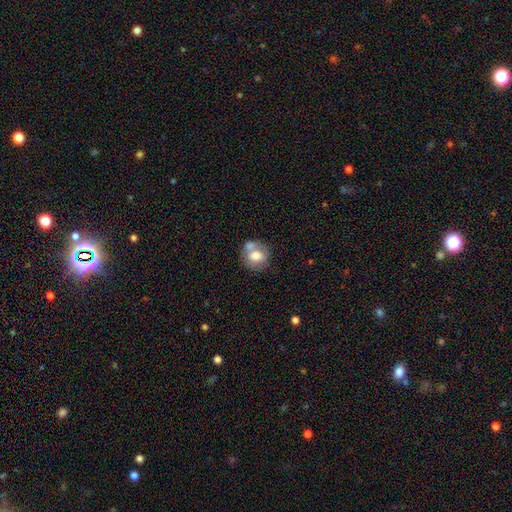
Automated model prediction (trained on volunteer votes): This appears to be a smooth galaxy with no disk features (71%) that is round (75%). Merging: none (45%).